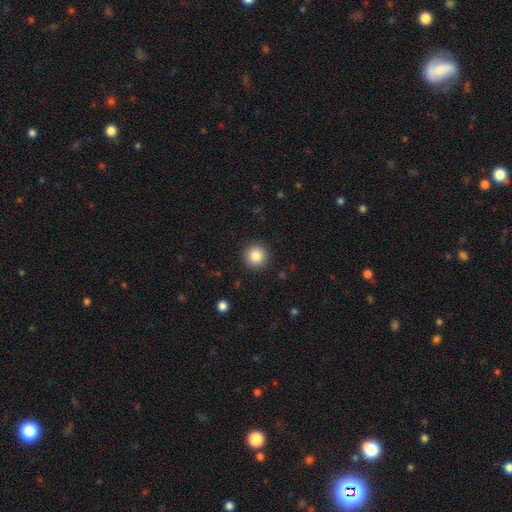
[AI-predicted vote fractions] smooth-or-featured: smooth: 85% | star or artifact: 10% | featured or disk: 5%
  how-rounded: round: 95% | in between: 4% | cigar-shaped: 1%
  merging: none: 92% | minor disturbance: 5% | major disturbance: 2% | merger: 1%